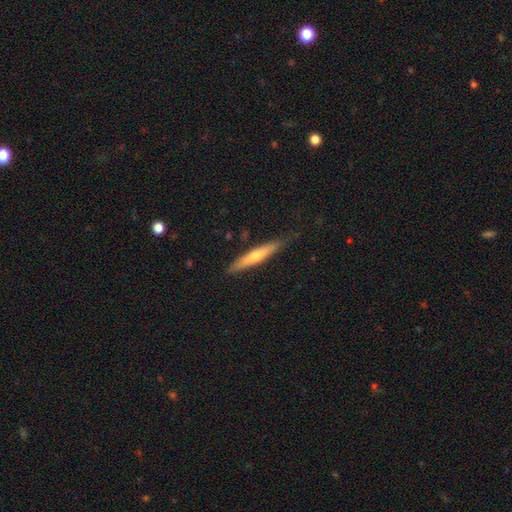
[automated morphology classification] This appears to be a featured or disk galaxy (51%) viewed edge-on (92%). Merging: none (81%).